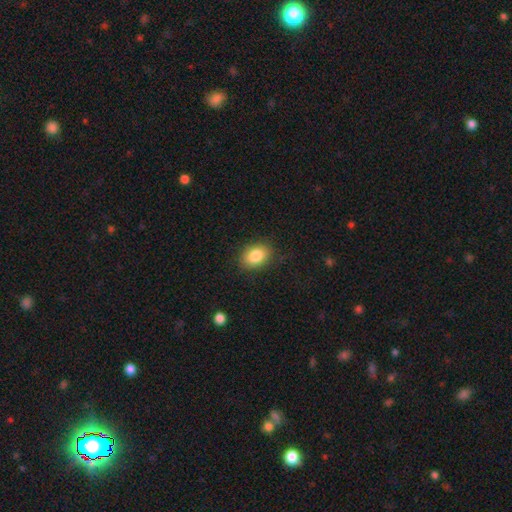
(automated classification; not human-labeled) Smooth or featured? smooth (85%)
How rounded? in between (75%)
Merging? none (85%)